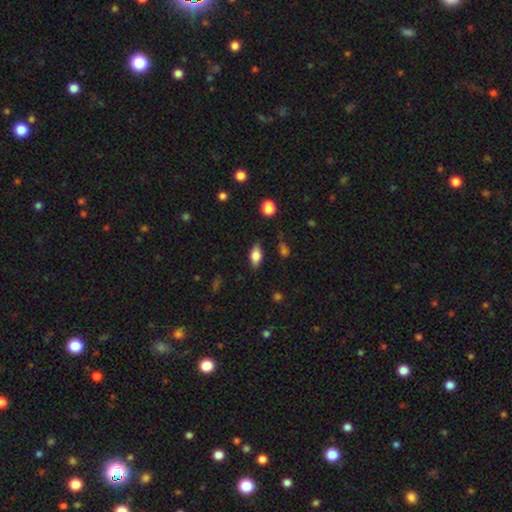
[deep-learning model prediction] Smooth or featured: smooth — 77% (featured or disk — 15%)
How rounded: in between — 88% (cigar-shaped — 7%)
Merging: none — 82% (minor disturbance — 13%)